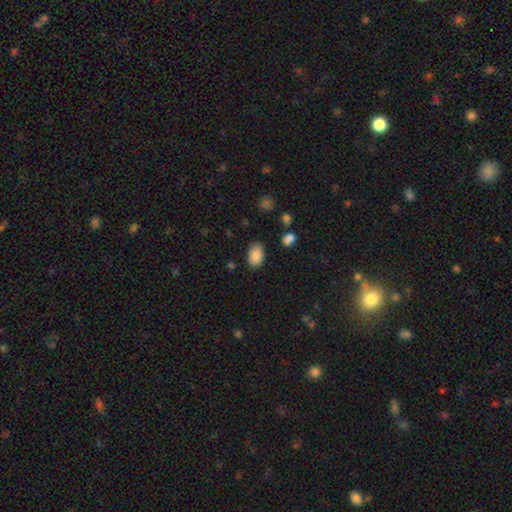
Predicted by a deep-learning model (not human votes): Smooth or featured: smooth — 88% (star or artifact — 8%)
How rounded: in between — 88% (round — 11%)
Merging: none — 84% (minor disturbance — 11%)